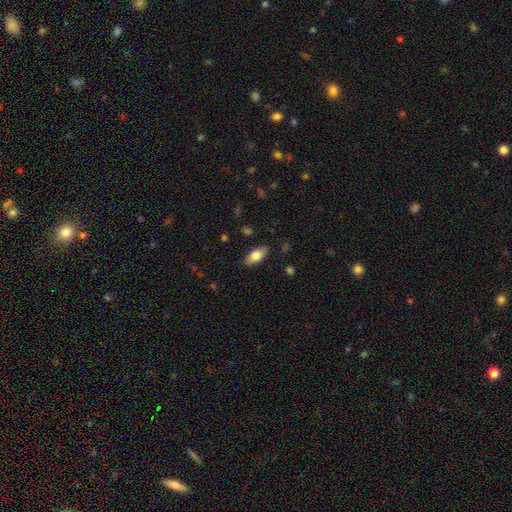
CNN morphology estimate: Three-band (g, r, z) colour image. It shows a smooth galaxy with no disk features (78%) that is in between round and cigar-shaped (90%). Merging: none (85%).